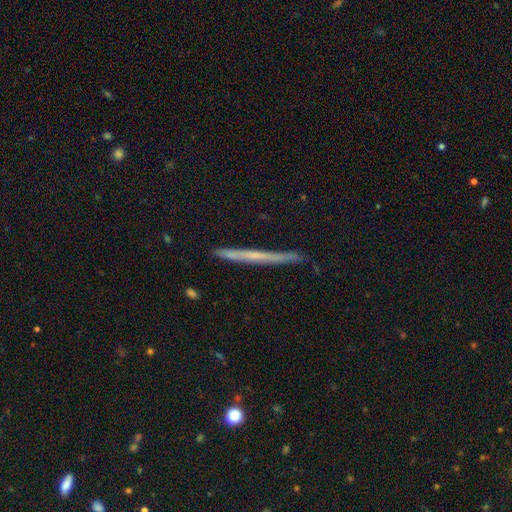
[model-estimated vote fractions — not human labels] Smooth or featured?
  - featured or disk: 50% *
  - smooth: 43%
  - star or artifact: 7%
Edge-on disk?
  - yes: 97% *
  - no: 3%
Merging?
  - none: 88% *
  - minor disturbance: 9%
  - major disturbance: 1%
  - merger: 1%